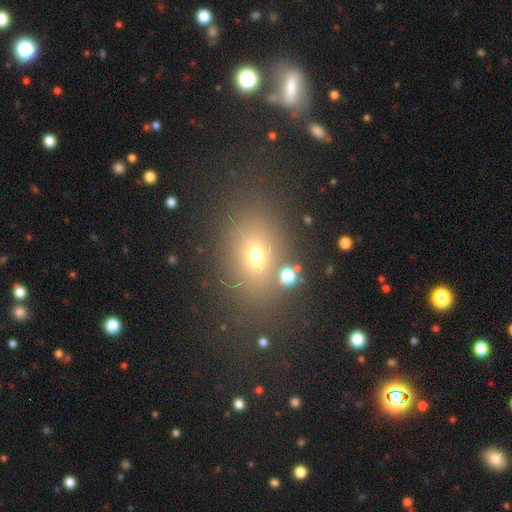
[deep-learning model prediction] Smooth or featured? Predicted: smooth (p=0.64). How rounded? Predicted: in between (p=0.65). Merging? Predicted: none (p=0.77).